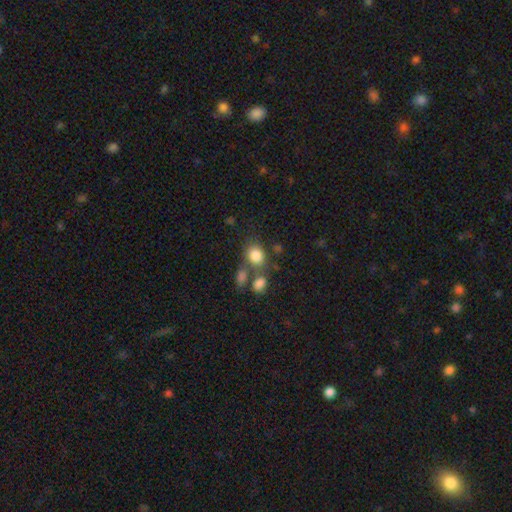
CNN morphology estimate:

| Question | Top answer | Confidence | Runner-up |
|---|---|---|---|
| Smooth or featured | smooth | 82% | star or artifact (10%) |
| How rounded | round | 54% | in between (45%) |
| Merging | none | 53% | merger (28%) |